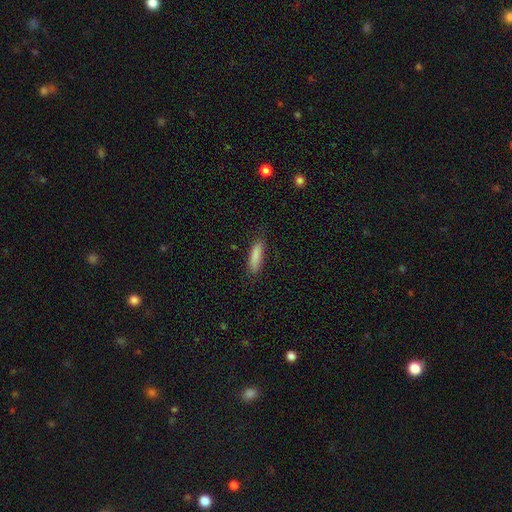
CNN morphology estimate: Smooth or featured: smooth — 87% (star or artifact — 7%)
How rounded: cigar-shaped — 67% (in between — 31%)
Merging: none — 81% (minor disturbance — 14%)